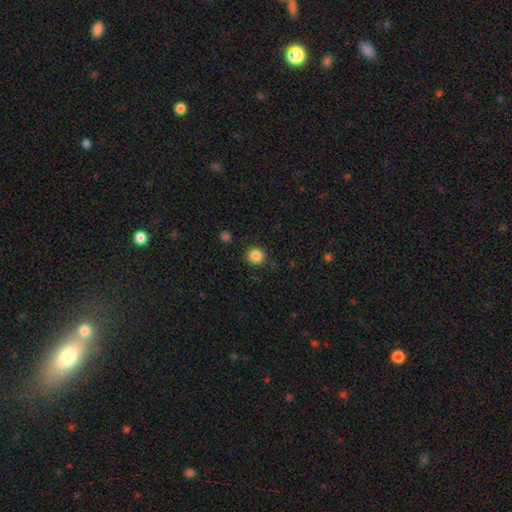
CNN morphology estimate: type=smooth (86%); roundness=round (93%); merging=none (89%).